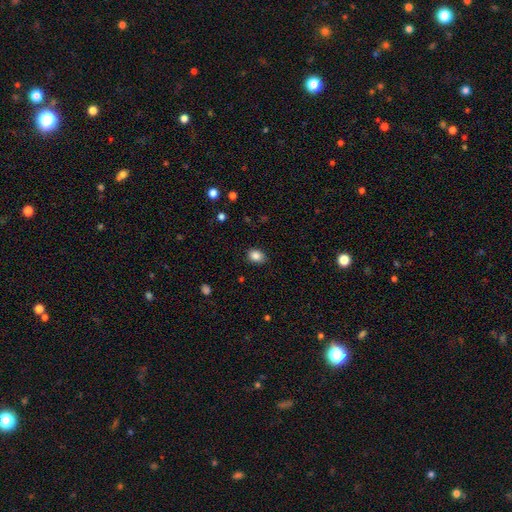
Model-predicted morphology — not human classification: Overall: smooth (86%). How rounded: in between (63%; round 36%). Merging: none (84%).